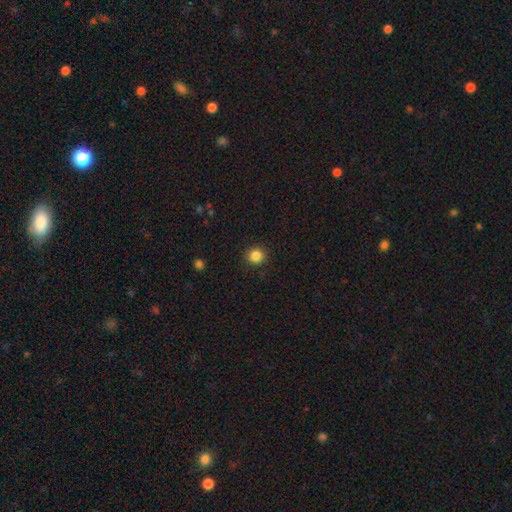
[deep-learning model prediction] This is clearly a smooth galaxy (86%). How rounded: clearly round (91%). Merging: clearly none (92%).